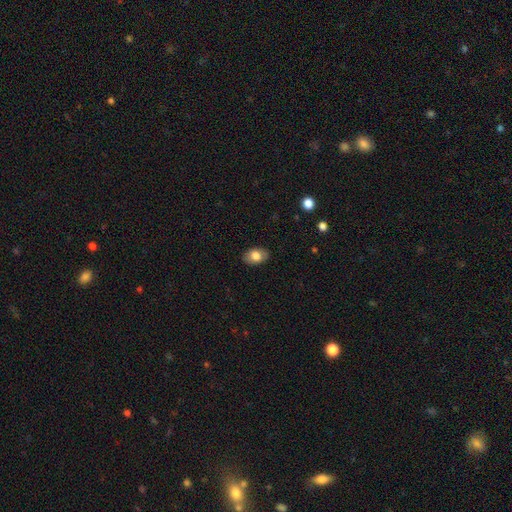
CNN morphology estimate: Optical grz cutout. It shows a smooth galaxy with no disk features (79%) that is in between round and cigar-shaped (87%). Merging: none (86%).